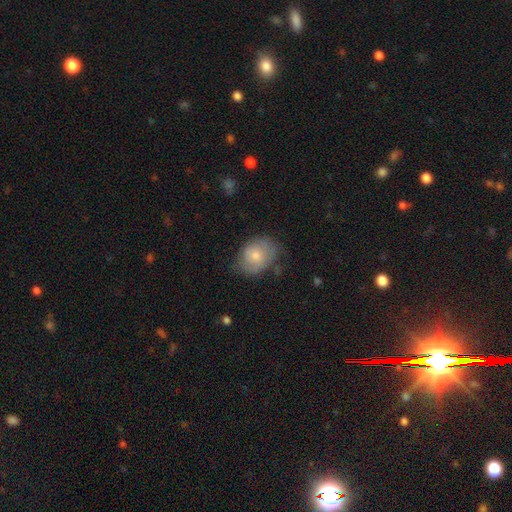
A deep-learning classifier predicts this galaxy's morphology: A smooth galaxy with no disk features (66%) that is in between round and cigar-shaped (60%). Merging: none (56%).